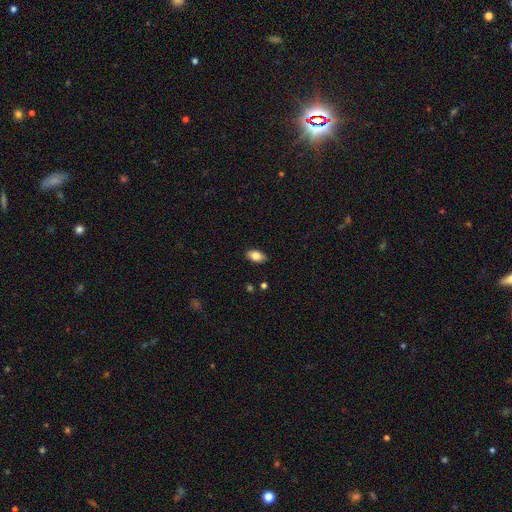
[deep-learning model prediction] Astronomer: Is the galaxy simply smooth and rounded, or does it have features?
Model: smooth — 82%.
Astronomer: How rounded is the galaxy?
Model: in between — 91%.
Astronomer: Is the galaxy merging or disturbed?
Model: none — 87%.